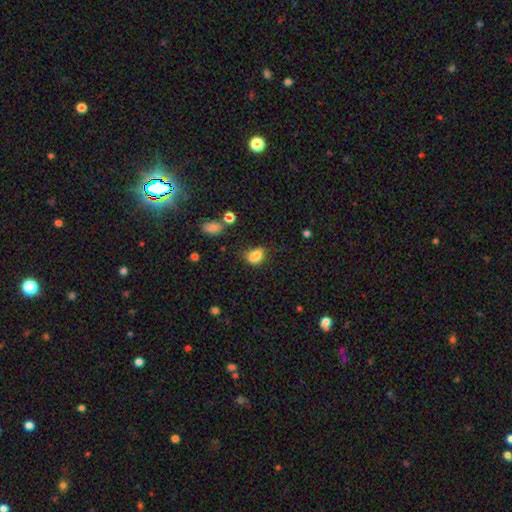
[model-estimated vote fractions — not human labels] smooth 80%, star or artifact 11%, featured or disk 9%. Down the decision tree: how rounded — in between (69%); merging — none (44%).